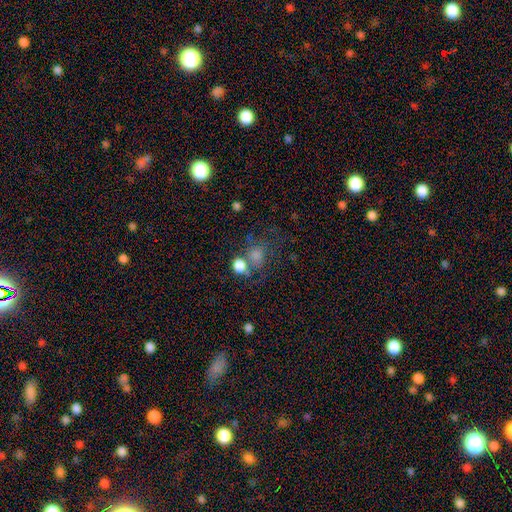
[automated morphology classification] Smooth or featured?
  - smooth: 55% *
  - star or artifact: 27%
  - featured or disk: 17%
How rounded?
  - round: 68% *
  - in between: 31%
  - cigar-shaped: 1%
Merging?
  - none: 53% *
  - merger: 20%
  - minor disturbance: 15%
  - major disturbance: 13%